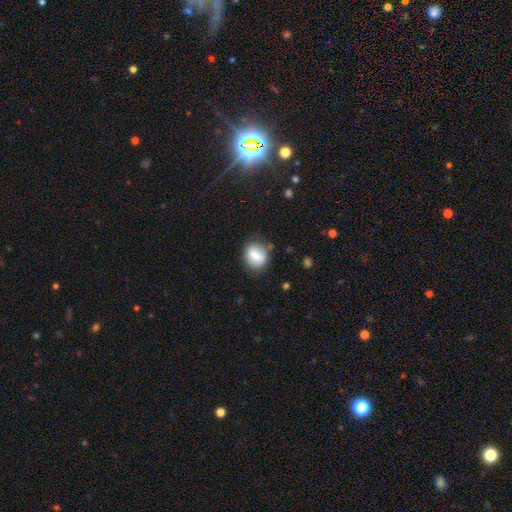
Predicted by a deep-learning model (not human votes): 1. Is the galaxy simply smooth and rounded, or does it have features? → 77% smooth, 15% featured or disk, 8% star or artifact.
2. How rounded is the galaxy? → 60% round, 39% in between, 1% cigar-shaped.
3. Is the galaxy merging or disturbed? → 77% none, 16% minor disturbance, 5% major disturbance, 3% merger.